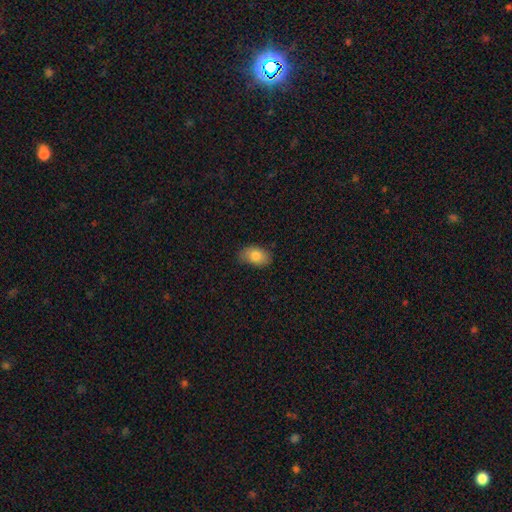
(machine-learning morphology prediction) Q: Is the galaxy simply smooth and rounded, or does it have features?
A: smooth — 81%.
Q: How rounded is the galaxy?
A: in between — 89%.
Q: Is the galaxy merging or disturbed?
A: none — 75%.